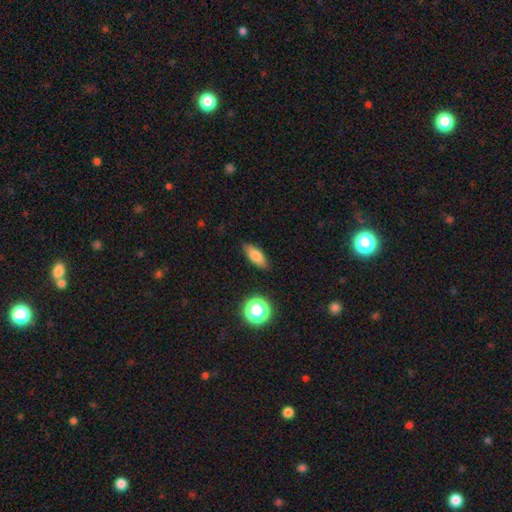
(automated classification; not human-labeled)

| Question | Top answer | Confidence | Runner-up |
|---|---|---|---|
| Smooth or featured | smooth | 77% | featured or disk (13%) |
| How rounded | in between | 72% | cigar-shaped (22%) |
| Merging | none | 86% | minor disturbance (10%) |